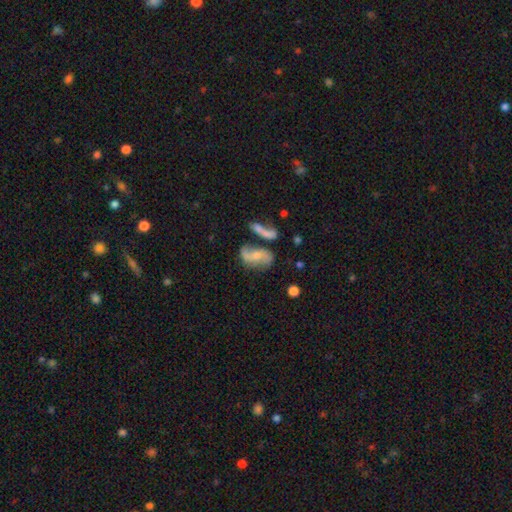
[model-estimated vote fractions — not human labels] This appears to be a featured or disk galaxy (62%) with no bar (54%), spiral arms (82%) and a small central bulge (46%). Merging: none (42%).